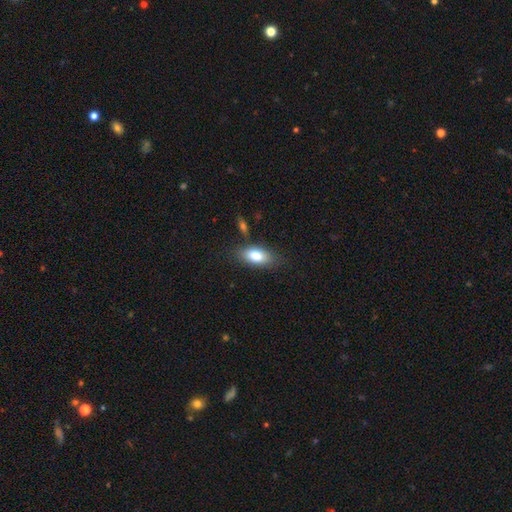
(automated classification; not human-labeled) Smooth or featured: smooth — 82% (featured or disk — 11%)
How rounded: in between — 88% (cigar-shaped — 8%)
Merging: none — 77% (minor disturbance — 14%)